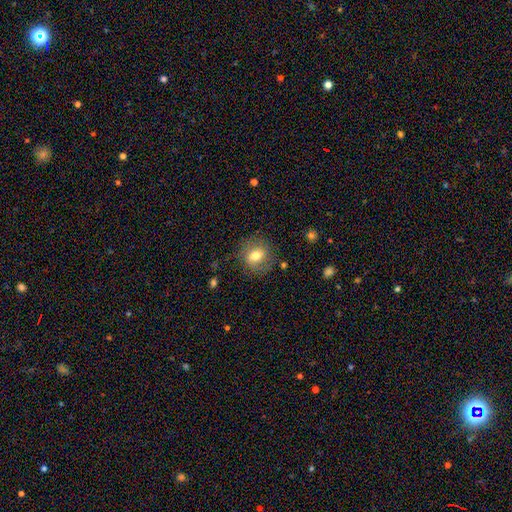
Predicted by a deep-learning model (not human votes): Morphology: type=smooth (68%); roundness=round (65%); merging=none (76%).